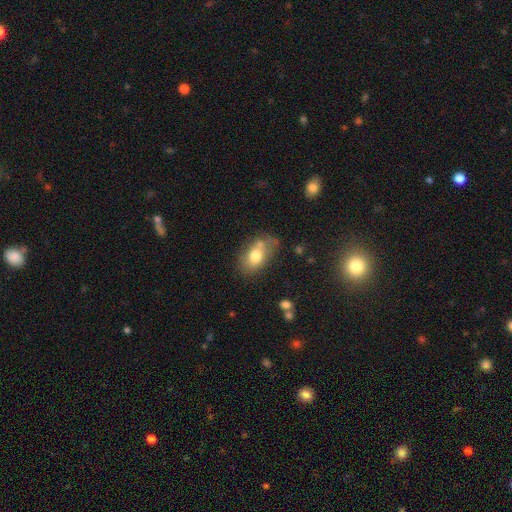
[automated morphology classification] Smooth or featured? smooth (74%)
How rounded? in between (84%)
Merging? none (49%)